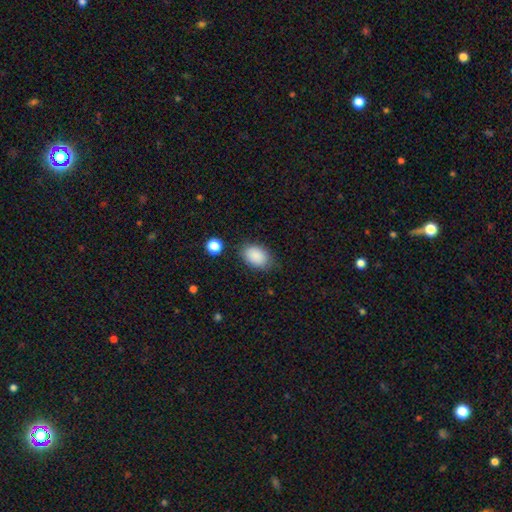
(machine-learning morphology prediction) smooth_or_featured: smooth (p=0.88) [alt: star or artifact p=0.08]
how_rounded: in between (p=0.84) [alt: round p=0.14]
merging: none (p=0.78) [alt: minor disturbance p=0.16]